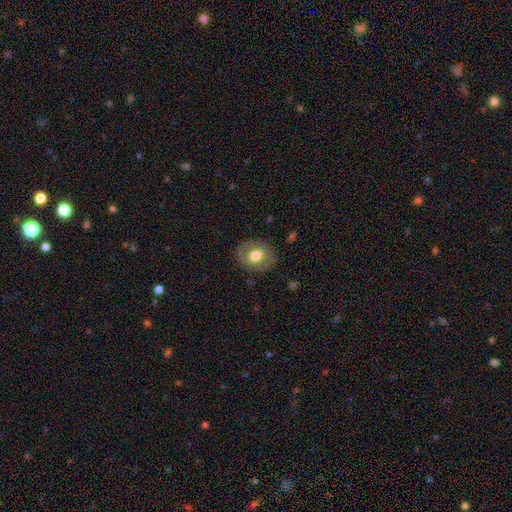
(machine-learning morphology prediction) type=smooth (58%); roundness=round (56%); merging=none (81%).